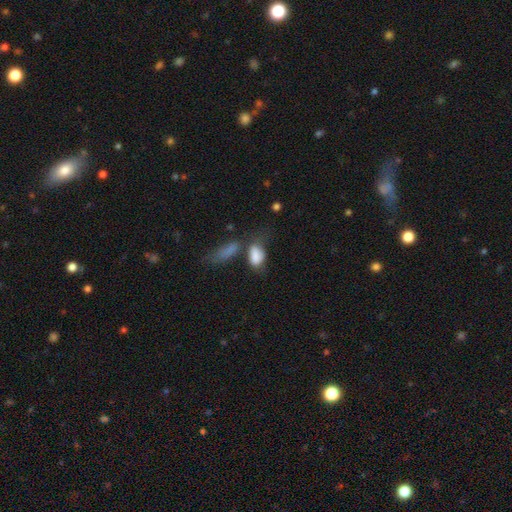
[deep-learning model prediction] Q: Smooth or featured?
A: smooth (81%); runner-up: featured or disk (10%)
Q: How rounded?
A: in between (87%); runner-up: round (7%)
Q: Merging?
A: none (31%); tied with: merger (31%)